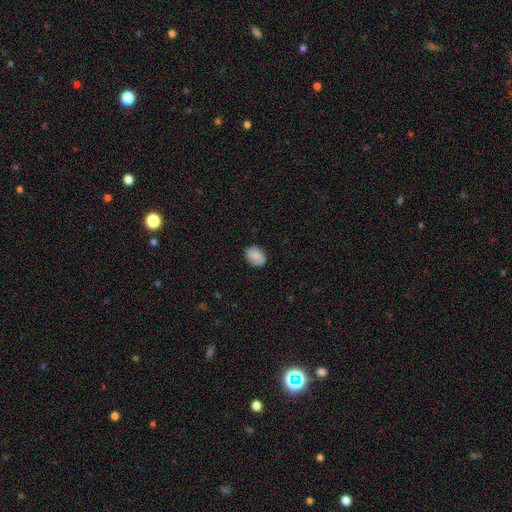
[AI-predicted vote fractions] smooth-or-featured: smooth: 64% | featured or disk: 28% | star or artifact: 8%
  how-rounded: in between: 57% | round: 42% | cigar-shaped: 1%
  merging: none: 81% | minor disturbance: 14% | major disturbance: 3% | merger: 1%